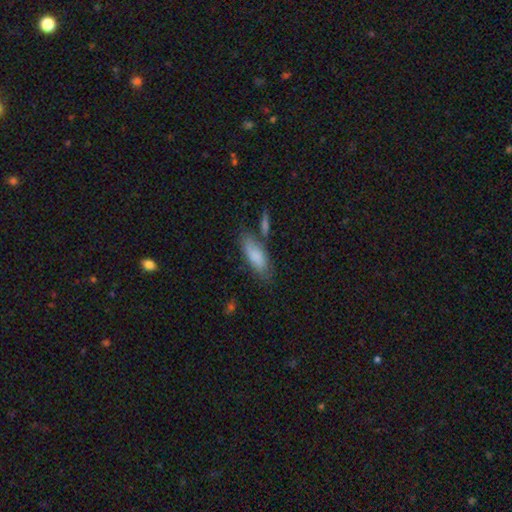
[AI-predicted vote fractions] Q: Smooth or featured?
A: smooth (80%); runner-up: featured or disk (14%)
Q: How rounded?
A: in between (72%); runner-up: cigar-shaped (26%)
Q: Merging?
A: none (65%); runner-up: minor disturbance (19%)